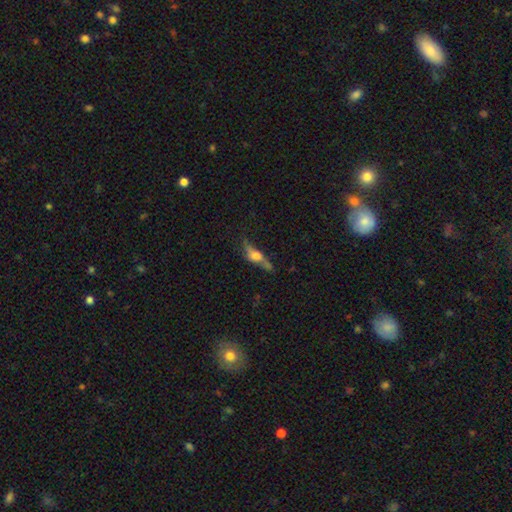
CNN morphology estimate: Smooth or featured?
  - featured or disk: 48% *
  - smooth: 41%
  - star or artifact: 10%
Merging?
  - none: 51% *
  - minor disturbance: 24%
  - major disturbance: 16%
  - merger: 8%